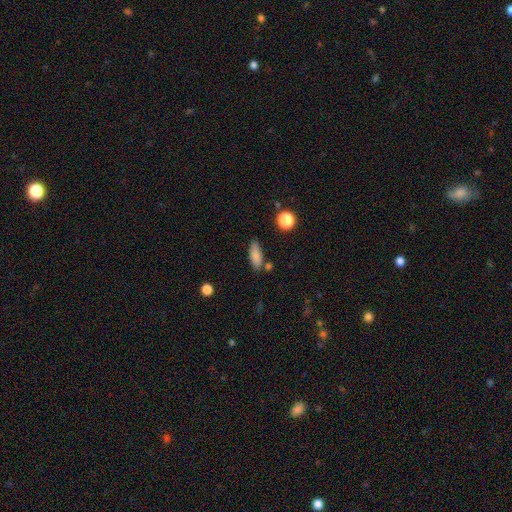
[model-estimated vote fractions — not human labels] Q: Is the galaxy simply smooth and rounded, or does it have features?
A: smooth — 84%.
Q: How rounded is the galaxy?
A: in between — 67%.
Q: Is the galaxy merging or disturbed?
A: none — 72%.